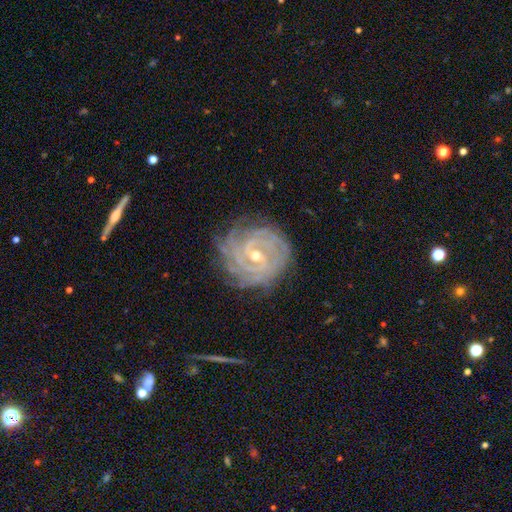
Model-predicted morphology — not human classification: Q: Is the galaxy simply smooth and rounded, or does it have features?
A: featured or disk — 88%.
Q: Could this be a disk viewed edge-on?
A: no — 97%.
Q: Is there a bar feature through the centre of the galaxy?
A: weak — 47%.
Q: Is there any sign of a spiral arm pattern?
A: yes — 98%.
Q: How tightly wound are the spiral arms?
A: tight — 85%.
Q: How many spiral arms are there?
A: can't tell — 28%.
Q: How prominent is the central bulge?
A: small — 50%.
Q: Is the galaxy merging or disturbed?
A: none — 79%.